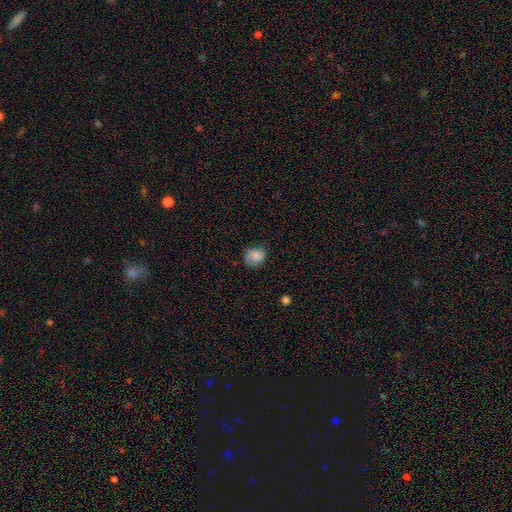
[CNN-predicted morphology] This is clearly a smooth galaxy (83%). How rounded: likely round (73%). Merging: likely none (62%).